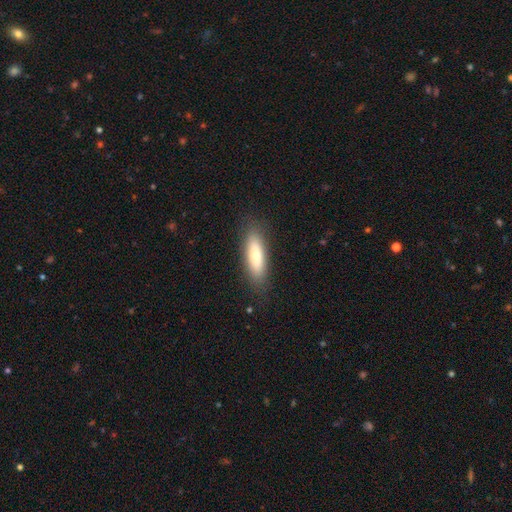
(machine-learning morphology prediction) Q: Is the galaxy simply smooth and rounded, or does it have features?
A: smooth — 70%.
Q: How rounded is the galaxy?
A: in between — 54%.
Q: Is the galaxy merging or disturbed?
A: none — 85%.